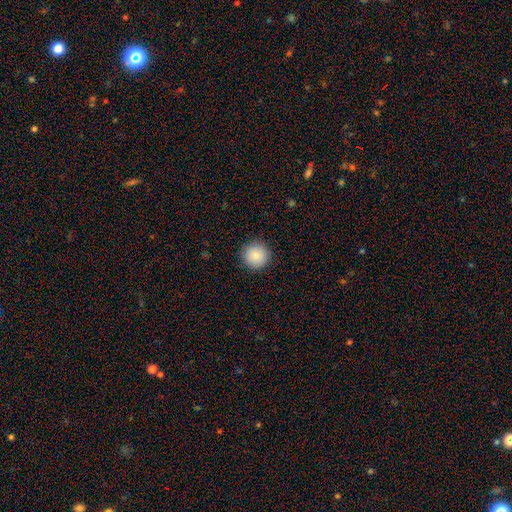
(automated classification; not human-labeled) This is clearly a smooth galaxy (88%). How rounded: clearly round (95%). Merging: clearly none (92%).